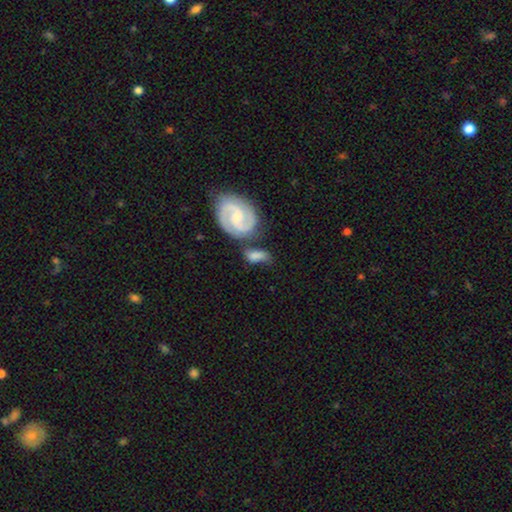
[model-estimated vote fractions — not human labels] featured or disk 51%, smooth 42%, star or artifact 6%. Down the decision tree: edge-on disk — no (94%); merging — none (42%).